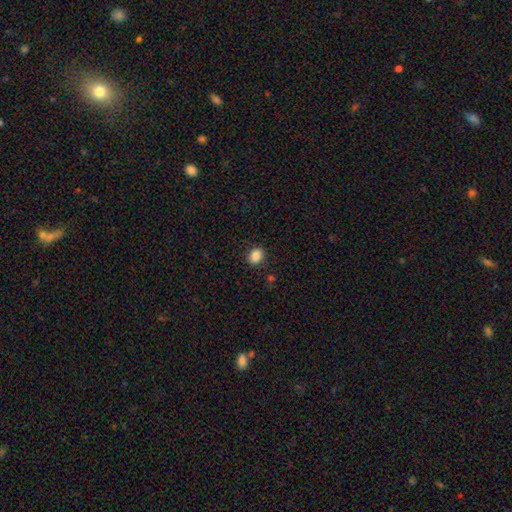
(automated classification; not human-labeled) A smooth galaxy with no disk features (86%) that is round (53%).

Vote fractions:
- Smooth or featured? smooth: 86% / star or artifact: 10% / featured or disk: 4%
- How rounded? round: 53% / in between: 46% / cigar-shaped: 1%
- Merging? none: 87% / minor disturbance: 9% / major disturbance: 3% / merger: 2%